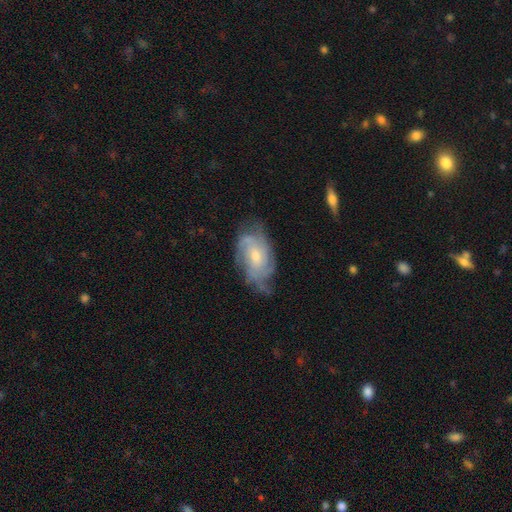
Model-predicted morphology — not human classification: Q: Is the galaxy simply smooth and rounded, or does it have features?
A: featured or disk — 80%.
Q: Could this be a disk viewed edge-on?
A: no — 96%.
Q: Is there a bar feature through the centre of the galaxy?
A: no — 69%.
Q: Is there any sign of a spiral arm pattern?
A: yes — 93%.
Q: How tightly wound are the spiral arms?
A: tight — 51%.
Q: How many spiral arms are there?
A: can't tell — 34%.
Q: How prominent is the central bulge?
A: moderate — 50%.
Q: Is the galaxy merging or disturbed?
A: none — 64%.